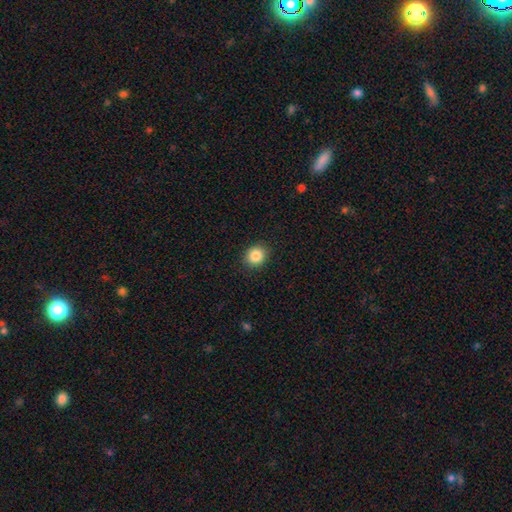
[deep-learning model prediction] Smooth or featured? smooth (86%)
How rounded? round (72%)
Merging? none (90%)